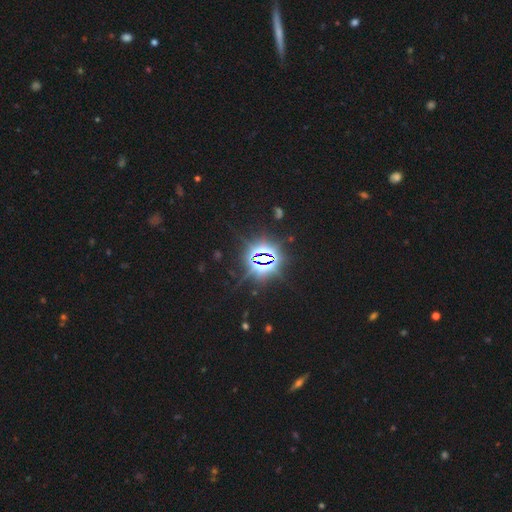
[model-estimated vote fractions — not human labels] A star or artifact, not a galaxy (84%).